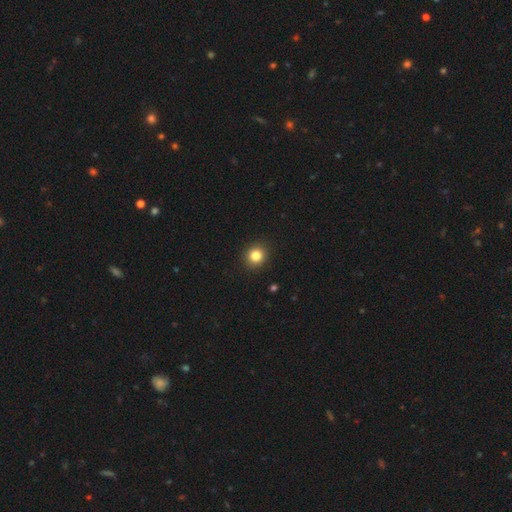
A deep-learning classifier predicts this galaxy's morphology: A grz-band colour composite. It shows a smooth galaxy with no disk features (84%) that is round (87%). Merging: none (91%).